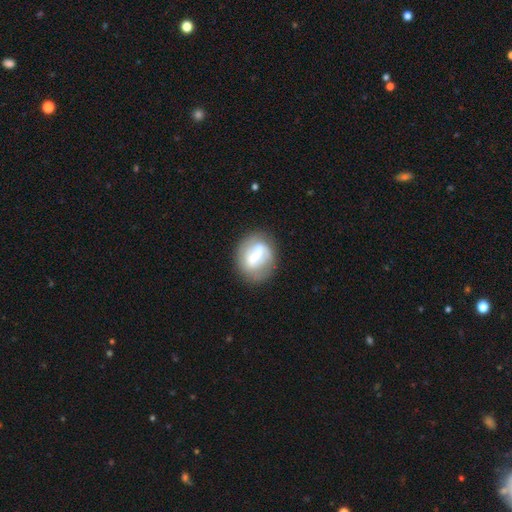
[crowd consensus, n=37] Overall: featured or disk (51%; smooth 43%). Edge-on disk: no (100%). Bar: strong (53%; weak 32%). Spiral arms: no (53%; yes 47%). Bulge size: moderate (42%; small 32%). Merging: none (74%).